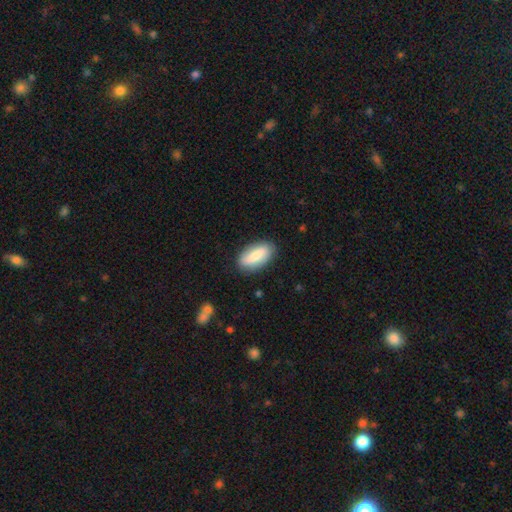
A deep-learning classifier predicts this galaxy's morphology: Smooth or featured?
  - smooth: 73% *
  - featured or disk: 21%
  - star or artifact: 6%
How rounded?
  - in between: 88% *
  - cigar-shaped: 9%
  - round: 3%
Merging?
  - none: 84% *
  - minor disturbance: 12%
  - major disturbance: 3%
  - merger: 1%